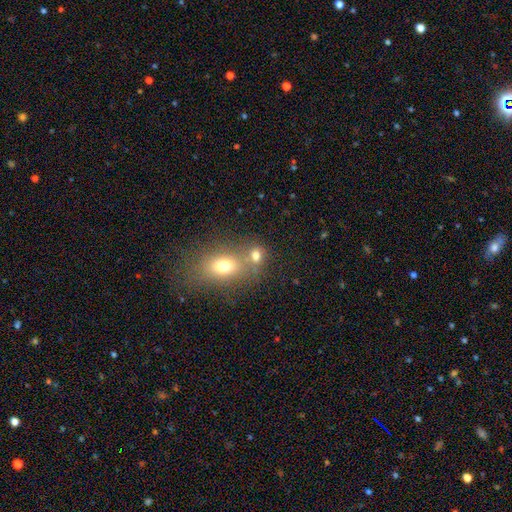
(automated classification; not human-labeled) smooth-or-featured: smooth: 73% | star or artifact: 15% | featured or disk: 11%
  how-rounded: round: 57% | in between: 41% | cigar-shaped: 2%
  merging: none: 44% | merger: 43% | minor disturbance: 8% | major disturbance: 5%